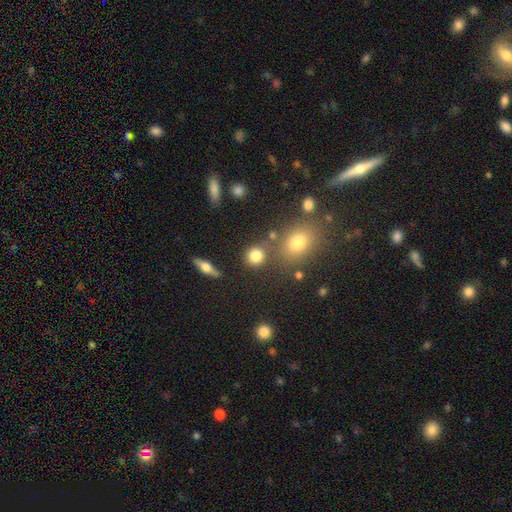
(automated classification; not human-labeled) smooth 79%, star or artifact 13%, featured or disk 8%. Down the decision tree: how rounded — round (82%); merging — none (71%).